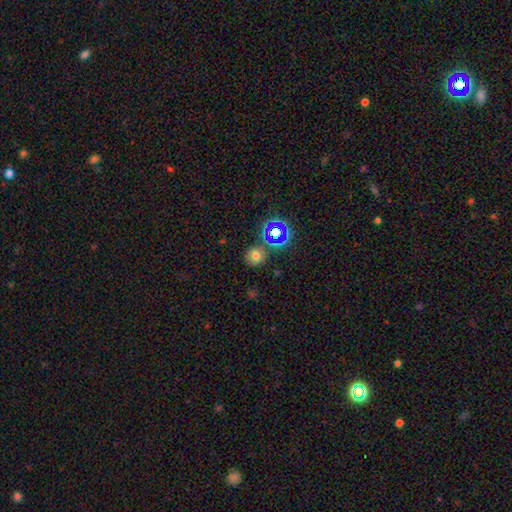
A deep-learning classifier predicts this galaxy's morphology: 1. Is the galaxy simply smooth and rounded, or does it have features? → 67% smooth, 24% star or artifact, 9% featured or disk.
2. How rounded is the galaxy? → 86% round, 13% in between, 1% cigar-shaped.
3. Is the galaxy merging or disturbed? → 78% none, 10% minor disturbance, 8% merger, 4% major disturbance.